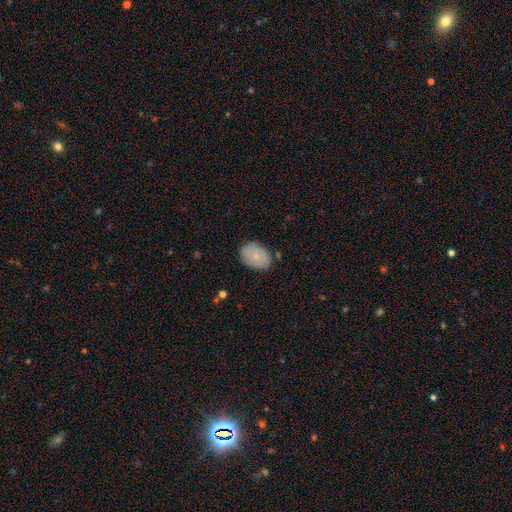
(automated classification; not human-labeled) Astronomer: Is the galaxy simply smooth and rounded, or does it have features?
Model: smooth — 79%.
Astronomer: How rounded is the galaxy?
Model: in between — 82%.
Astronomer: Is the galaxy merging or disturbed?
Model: none — 80%.